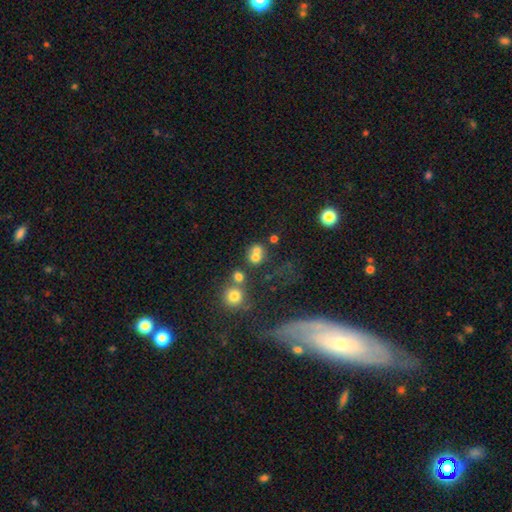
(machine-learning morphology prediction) A smooth galaxy with no disk features (67%) that is round (78%). Merging: merger (46%).